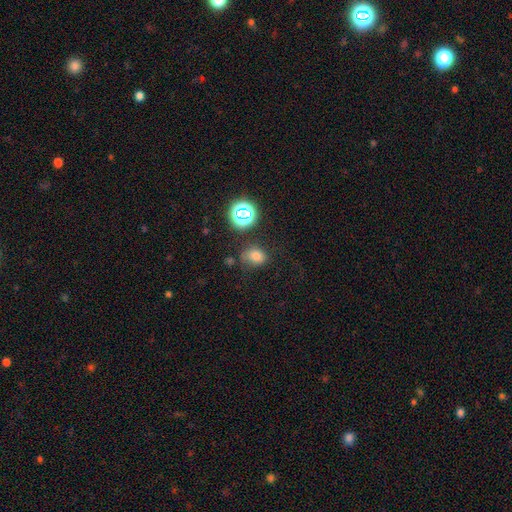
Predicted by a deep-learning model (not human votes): The model was most divided on "how rounded": in between: 54%, round: 45%, cigar-shaped: 1%. More confident: smooth or featured — smooth (72%); merging — none (63%).